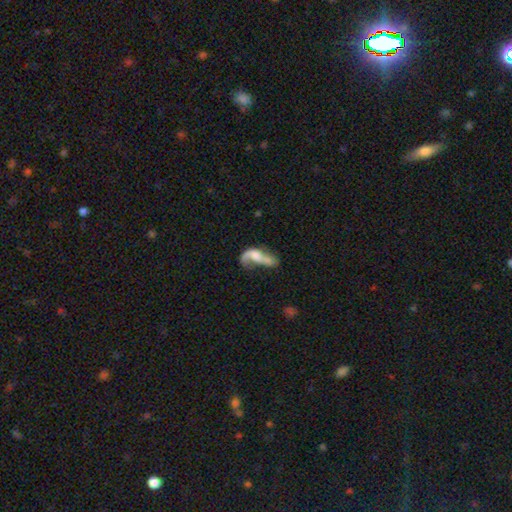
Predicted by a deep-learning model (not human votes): A featured or disk galaxy (67%) with no bar (60%), spiral arms (75%) and a moderate central bulge (38%).

Vote fractions:
- Smooth or featured? featured or disk: 67% / smooth: 25% / star or artifact: 9%
- Edge-on disk? no: 91% / yes: 9%
- Bar? no: 60% / weak: 29% / strong: 12%
- Spiral arms? yes: 75% / no: 25%
- Bulge size? moderate: 38% / small: 27% / none: 21% / large: 11% / dominant: 3%
- Merging? none: 30% (tied) / major disturbance: 30% (tied) / merger: 24% / minor disturbance: 17%